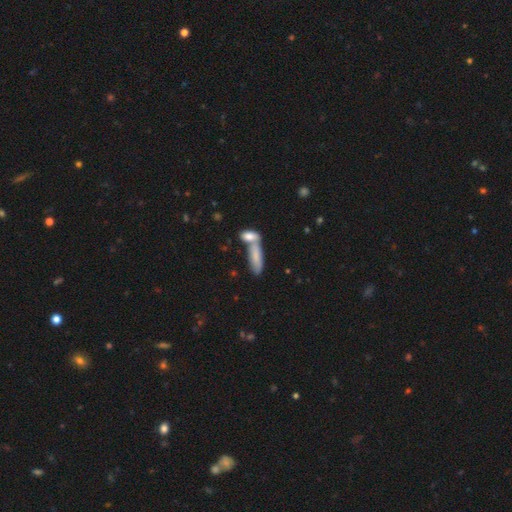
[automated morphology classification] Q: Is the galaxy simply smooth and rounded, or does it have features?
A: smooth — 79%.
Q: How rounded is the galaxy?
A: in between — 56%.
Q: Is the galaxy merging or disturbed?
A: merger — 49%.